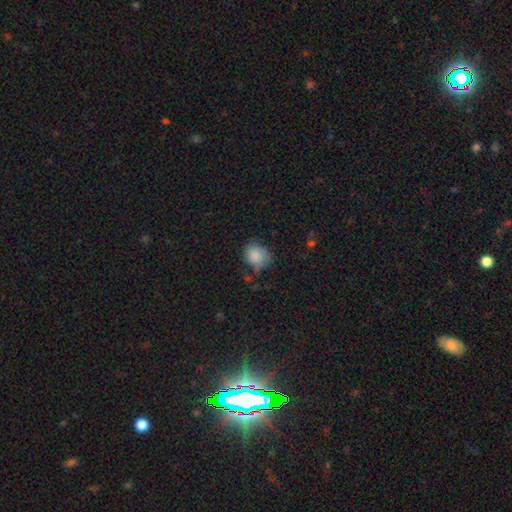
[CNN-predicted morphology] The model was most divided on "how rounded": round: 58%, in between: 41%, cigar-shaped: 1%. More confident: smooth or featured — smooth (84%); merging — none (54%).